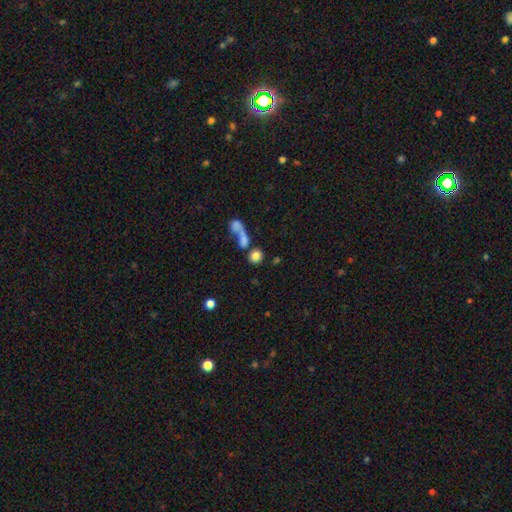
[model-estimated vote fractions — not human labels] smooth-or-featured: smooth: 79% | star or artifact: 11% | featured or disk: 10%
  how-rounded: round: 77% | in between: 20% | cigar-shaped: 3%
  merging: none: 52% | merger: 32% | major disturbance: 8% | minor disturbance: 8%